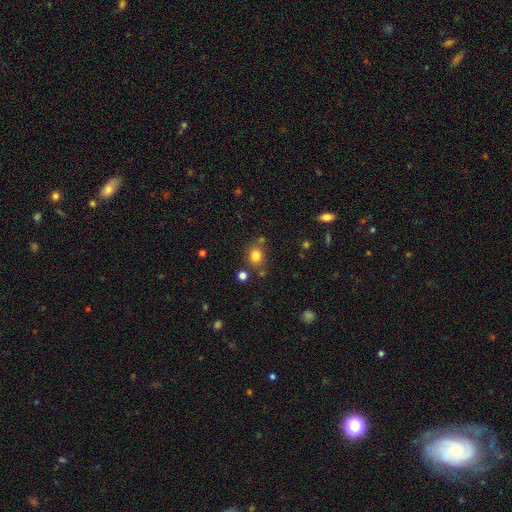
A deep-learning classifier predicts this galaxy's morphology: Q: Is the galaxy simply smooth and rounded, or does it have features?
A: smooth — 81%.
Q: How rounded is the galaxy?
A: round — 71%.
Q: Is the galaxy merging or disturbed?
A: none — 75%.